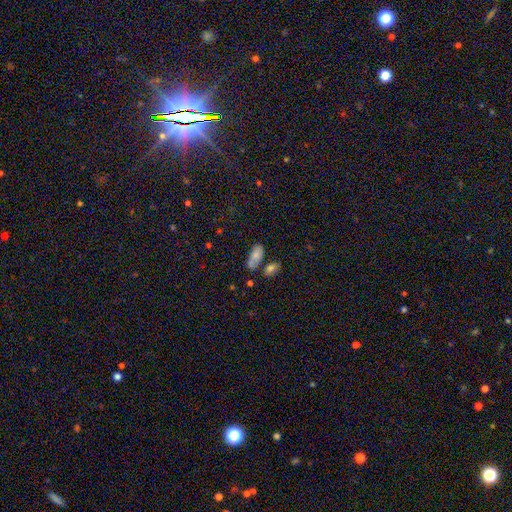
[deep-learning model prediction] Smooth or featured?
  - smooth: 74% *
  - featured or disk: 16%
  - star or artifact: 10%
How rounded?
  - in between: 88% *
  - cigar-shaped: 8%
  - round: 3%
Merging?
  - none: 46% *
  - merger: 23%
  - minor disturbance: 22%
  - major disturbance: 9%